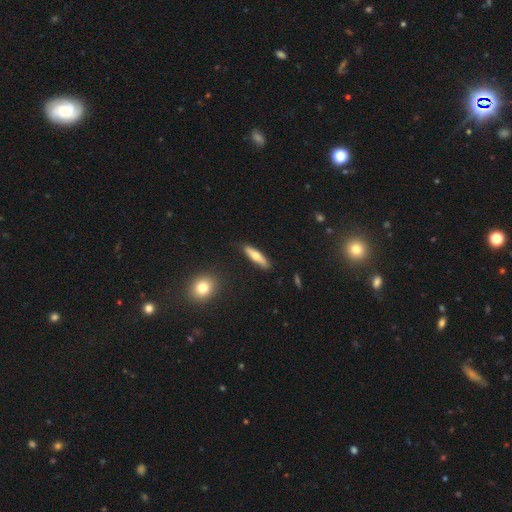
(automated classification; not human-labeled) The model was most divided on "smooth or featured": smooth: 54%, featured or disk: 39%, star or artifact: 6%. More confident: merging — none (87%); how rounded — cigar-shaped (78%).